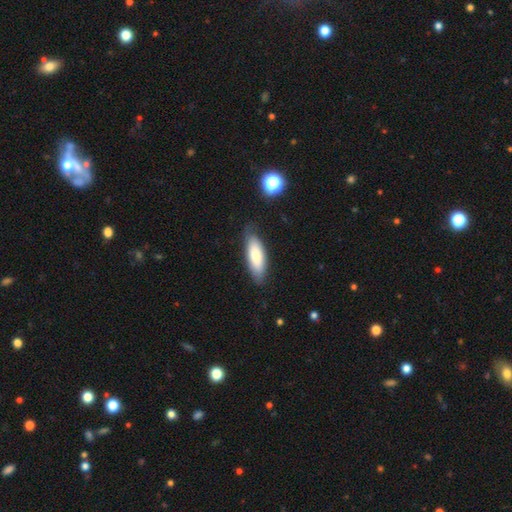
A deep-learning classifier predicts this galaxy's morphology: A smooth galaxy with no disk features (76%) that is in between round and cigar-shaped (64%). Merging: none (77%).